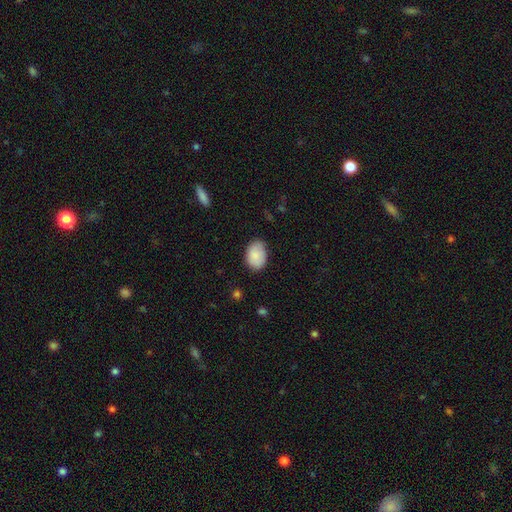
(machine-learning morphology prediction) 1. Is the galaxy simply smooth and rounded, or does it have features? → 86% smooth, 7% featured or disk, 6% star or artifact.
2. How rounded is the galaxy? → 82% in between, 17% round, 1% cigar-shaped.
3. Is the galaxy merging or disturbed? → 76% none, 20% minor disturbance, 3% major disturbance, 1% merger.